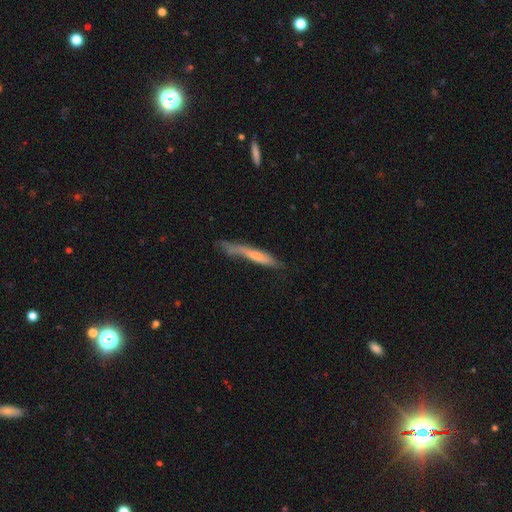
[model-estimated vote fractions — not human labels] This appears to be a smooth galaxy with no disk features (60%) that is cigar-shaped (92%). Merging: none (46%).